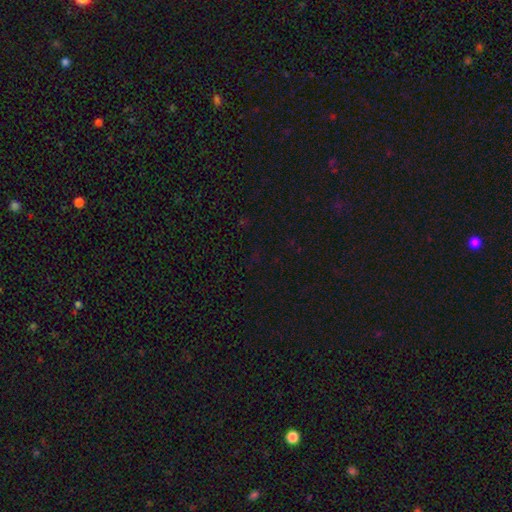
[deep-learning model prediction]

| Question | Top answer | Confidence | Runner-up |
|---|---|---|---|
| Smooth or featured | star or artifact | 71% | smooth (21%) |